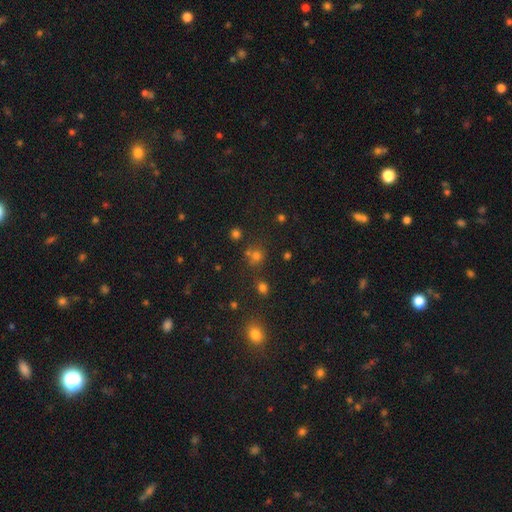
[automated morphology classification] Overall: smooth (63%; star or artifact 29%). How rounded: round (84%). Merging: none (67%).